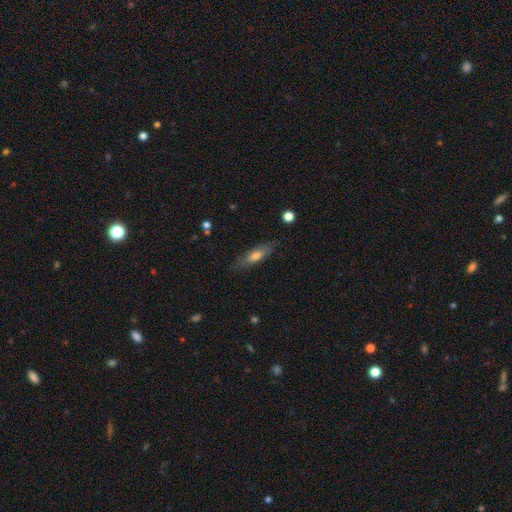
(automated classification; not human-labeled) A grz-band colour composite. It shows a smooth galaxy with no disk features (64%) that is in between round and cigar-shaped (51%). Merging: none (77%).